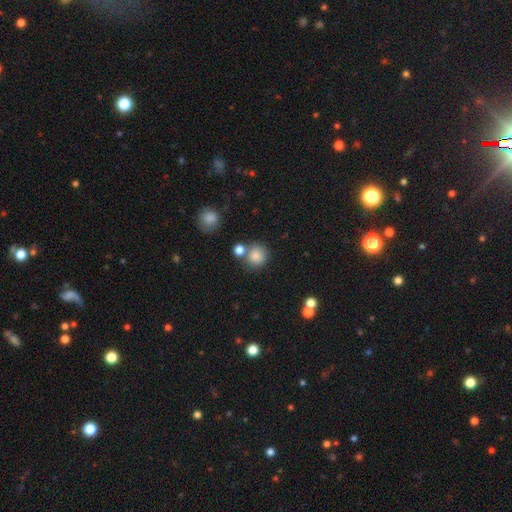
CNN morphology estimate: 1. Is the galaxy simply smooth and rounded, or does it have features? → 83% smooth, 10% star or artifact, 6% featured or disk.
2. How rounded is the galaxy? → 88% round, 11% in between, 1% cigar-shaped.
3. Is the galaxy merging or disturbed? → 66% none, 19% merger, 11% minor disturbance, 4% major disturbance.